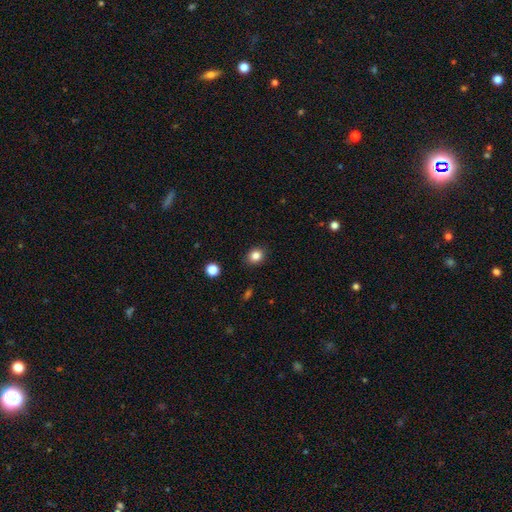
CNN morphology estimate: The model was most divided on "how rounded": round: 63%, in between: 36%, cigar-shaped: 1%. More confident: merging — none (88%); smooth or featured — smooth (83%).